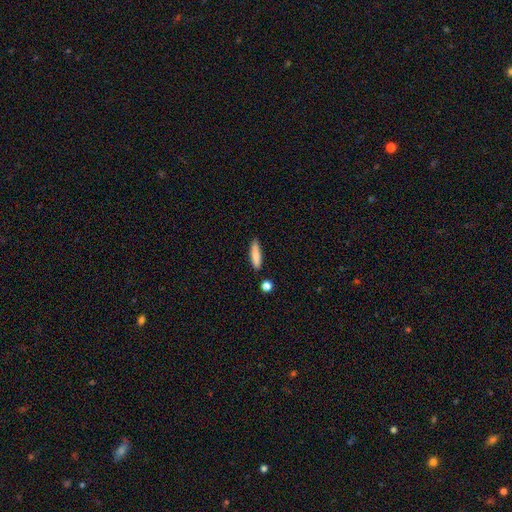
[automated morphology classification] Q: Smooth or featured?
A: smooth (81%); runner-up: featured or disk (12%)
Q: How rounded?
A: cigar-shaped (74%); runner-up: in between (24%)
Q: Merging?
A: none (79%); runner-up: minor disturbance (15%)